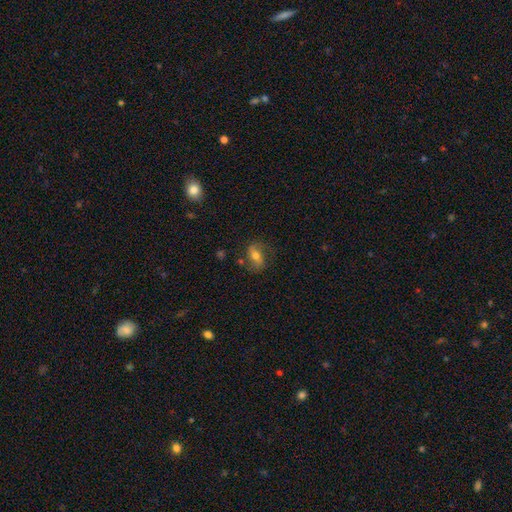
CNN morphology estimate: Smooth or featured? Predicted: smooth (p=0.57). How rounded? Predicted: in between (p=0.77). Merging? Predicted: none (p=0.67).